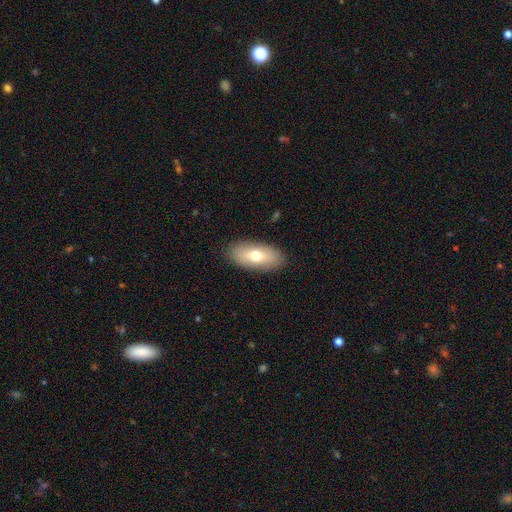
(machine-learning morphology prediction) Q: Smooth or featured?
A: smooth (71%); runner-up: featured or disk (22%)
Q: How rounded?
A: in between (87%); runner-up: cigar-shaped (9%)
Q: Merging?
A: none (88%); runner-up: minor disturbance (9%)